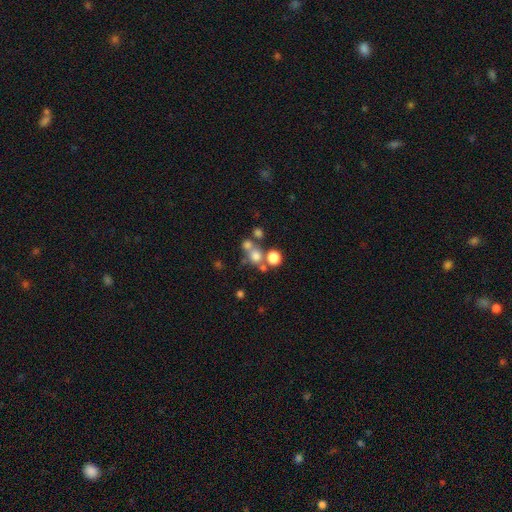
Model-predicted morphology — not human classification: type=smooth (66%); roundness=round (85%); merging=none (49%).